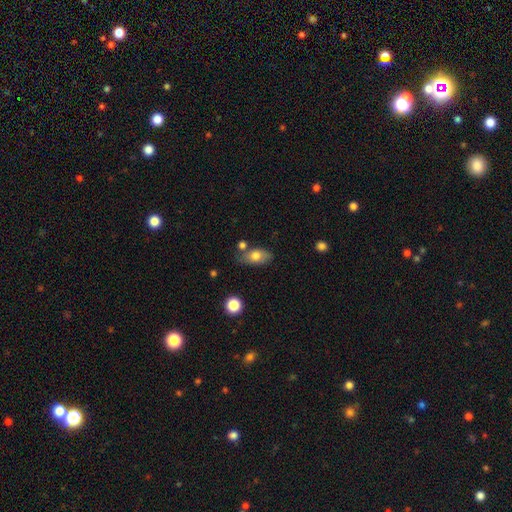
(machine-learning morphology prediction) Smooth or featured: smooth — 76% (featured or disk — 17%)
How rounded: in between — 88% (round — 8%)
Merging: none — 64% (minor disturbance — 20%)